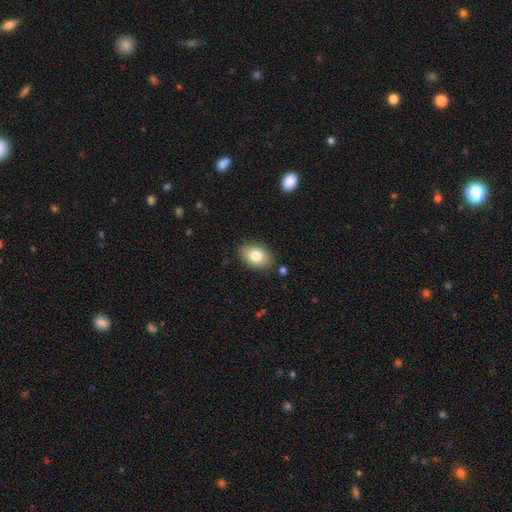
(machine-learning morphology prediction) smooth-or-featured: smooth: 81% | featured or disk: 12% | star or artifact: 8%
  how-rounded: in between: 83% | round: 16% | cigar-shaped: 1%
  merging: none: 86% | minor disturbance: 10% | major disturbance: 2% | merger: 2%